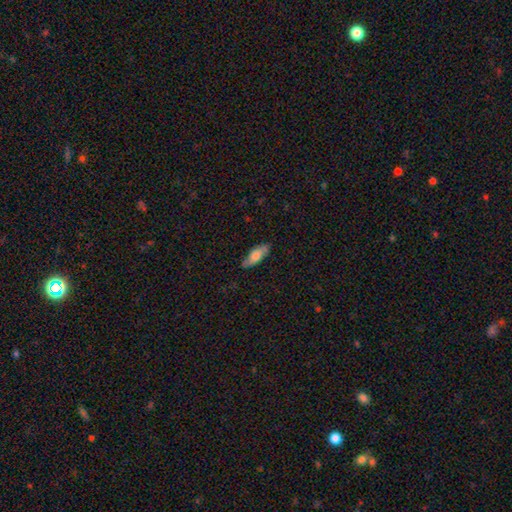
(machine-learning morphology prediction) The model was most divided on "smooth or featured": smooth: 65%, featured or disk: 29%, star or artifact: 6%. More confident: merging — none (79%); how rounded — in between (69%).